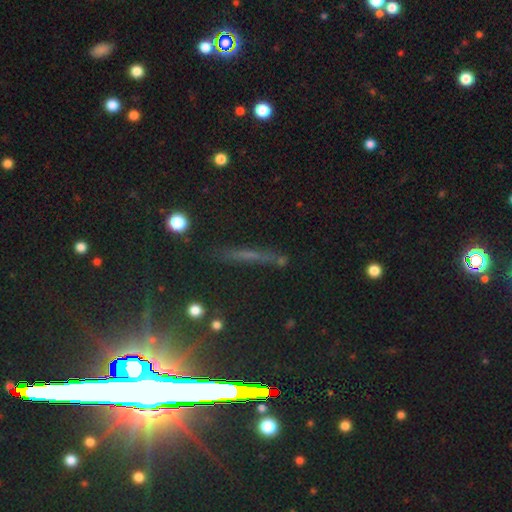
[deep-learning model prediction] Smooth or featured?
  - star or artifact: 52% *
  - featured or disk: 28%
  - smooth: 20%